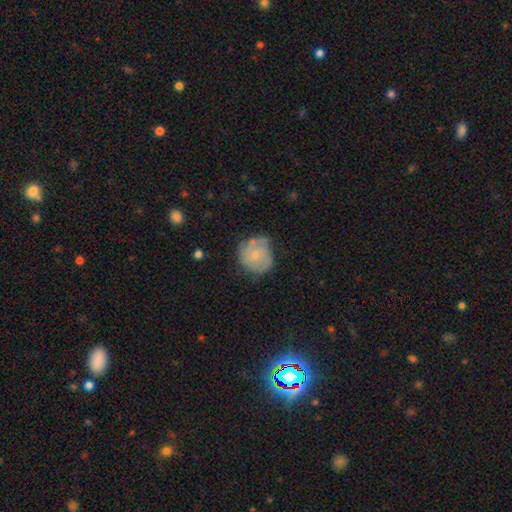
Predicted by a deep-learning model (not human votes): A smooth galaxy with no disk features (54%) that is round (86%). Merging: none (54%).